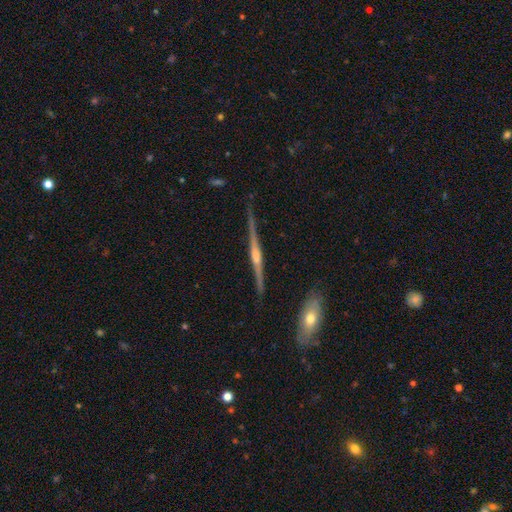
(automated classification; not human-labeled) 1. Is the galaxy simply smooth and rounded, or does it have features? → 83% featured or disk, 11% smooth, 6% star or artifact.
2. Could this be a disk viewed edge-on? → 98% yes, 2% no.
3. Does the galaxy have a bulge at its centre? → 73% rounded, 15% boxy, 12% none.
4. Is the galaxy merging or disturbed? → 85% none, 11% minor disturbance, 2% major disturbance, 2% merger.